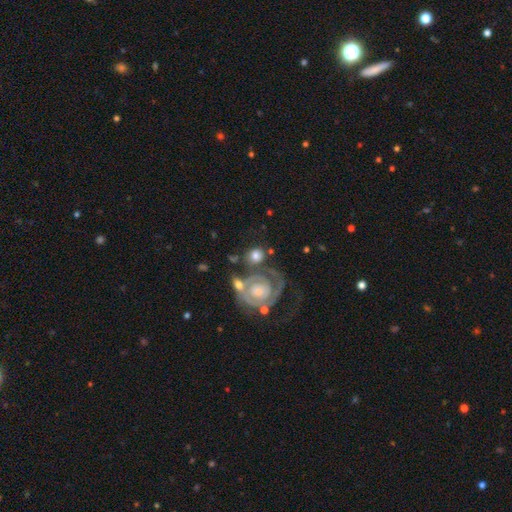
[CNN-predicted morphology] smooth 54%, featured or disk 39%, star or artifact 7%. Down the decision tree: how rounded — round (79%); merging — none (55%).